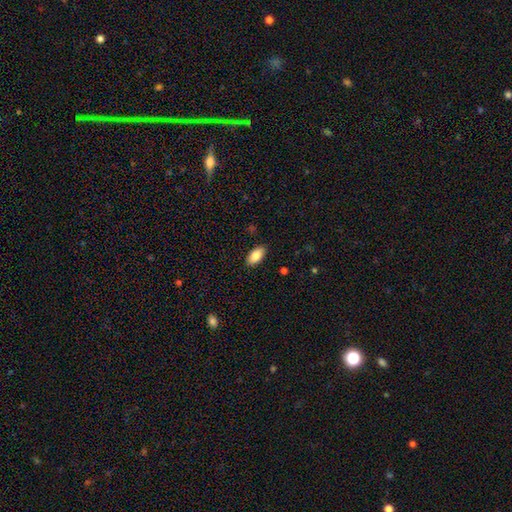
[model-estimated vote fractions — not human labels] smooth_or_featured: smooth (p=0.85) [alt: featured or disk p=0.08]
how_rounded: in between (p=0.93) [alt: cigar-shaped p=0.04]
merging: none (p=0.88) [alt: minor disturbance p=0.09]